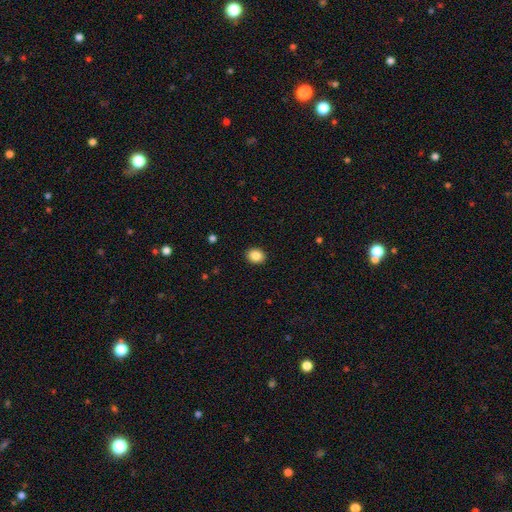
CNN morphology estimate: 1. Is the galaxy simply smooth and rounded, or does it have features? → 87% smooth, 9% star or artifact, 4% featured or disk.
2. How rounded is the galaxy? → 55% round, 44% in between, 1% cigar-shaped.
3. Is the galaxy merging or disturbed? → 91% none, 6% minor disturbance, 2% major disturbance, 1% merger.